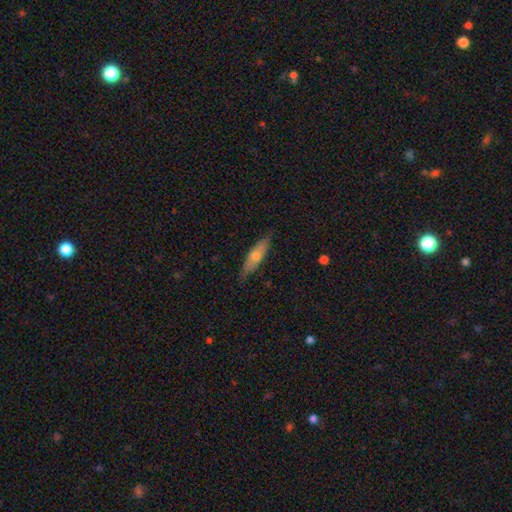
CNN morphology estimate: smooth-or-featured: smooth: 53% | featured or disk: 41% | star or artifact: 6%
  how-rounded: cigar-shaped: 69% | in between: 29% | round: 2%
  merging: none: 82% | minor disturbance: 14% | major disturbance: 2% | merger: 1%